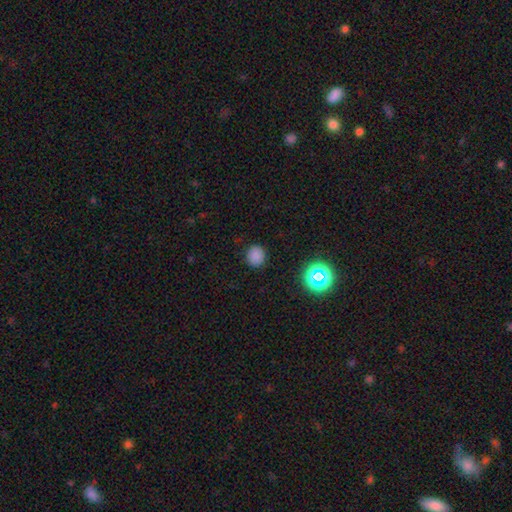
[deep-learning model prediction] Smooth or featured?
  - smooth: 80% *
  - star or artifact: 16%
  - featured or disk: 4%
How rounded?
  - round: 83% *
  - in between: 16%
  - cigar-shaped: 1%
Merging?
  - none: 88% *
  - minor disturbance: 8%
  - major disturbance: 3%
  - merger: 1%